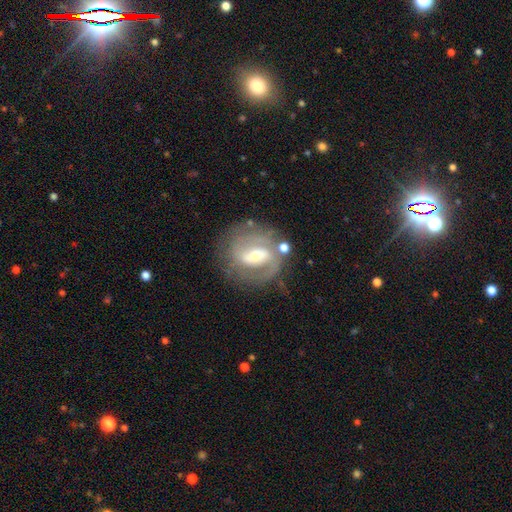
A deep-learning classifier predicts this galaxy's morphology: smooth-or-featured: featured or disk: 81% | smooth: 13% | star or artifact: 7%
  disk-edge-on: no: 96% | yes: 4%
    bar: weak: 45% | strong: 37% | no: 18%
    has-spiral-arms: yes: 88% | no: 12%
      spiral-winding: tight: 44% | medium: 42% | loose: 15%
      spiral-arm-count: 2: 66% | can't tell: 16% | 1: 8% | 3: 6% | 4: 2% | more than 4: 2%
    bulge-size: moderate: 50% | small: 41% | large: 6% | none: 2% | dominant: 1%
  merging: none: 67% | minor disturbance: 17% | major disturbance: 10% | merger: 6%